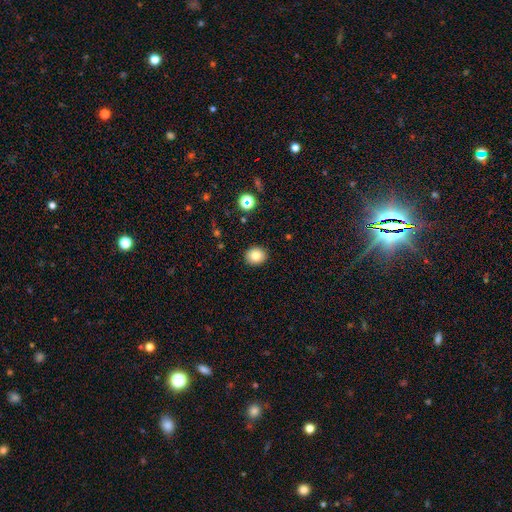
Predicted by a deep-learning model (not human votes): Smooth or featured? Predicted: smooth (p=0.80). How rounded? Predicted: round (p=0.71). Merging? Predicted: none (p=0.91).